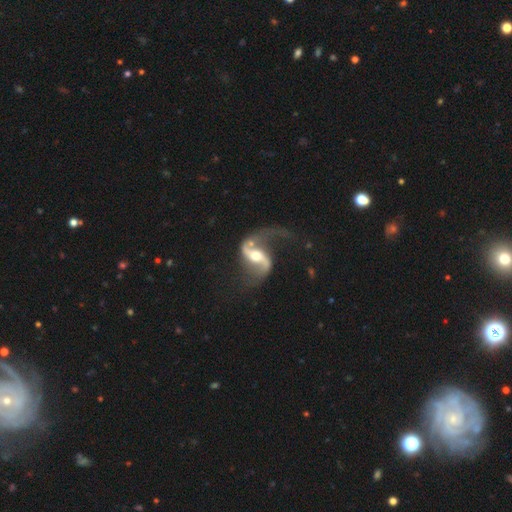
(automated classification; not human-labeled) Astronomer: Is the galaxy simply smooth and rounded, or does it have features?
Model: featured or disk — 91%.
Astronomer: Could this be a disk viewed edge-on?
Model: no — 97%.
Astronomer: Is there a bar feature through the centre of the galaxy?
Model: weak — 37% (runner-up: strong, 36%).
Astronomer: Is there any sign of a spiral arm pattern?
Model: yes — 97%.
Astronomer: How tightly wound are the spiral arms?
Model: loose — 78%.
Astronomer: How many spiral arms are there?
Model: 2 — 92%.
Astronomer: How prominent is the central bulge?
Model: moderate — 66%.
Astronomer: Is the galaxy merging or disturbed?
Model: none — 55%.